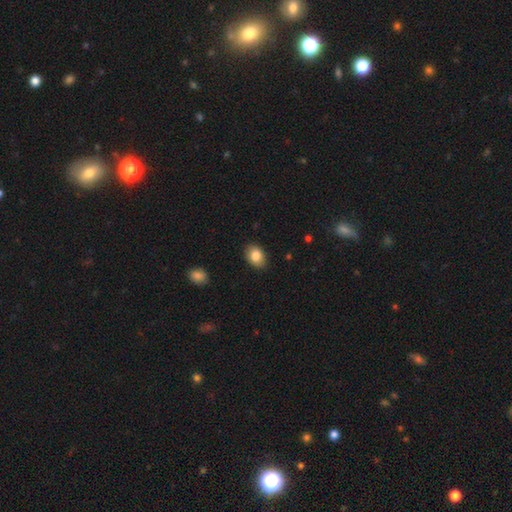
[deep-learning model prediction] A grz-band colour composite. It shows a smooth galaxy with no disk features (85%) that is in between round and cigar-shaped (77%). Merging: none (87%).